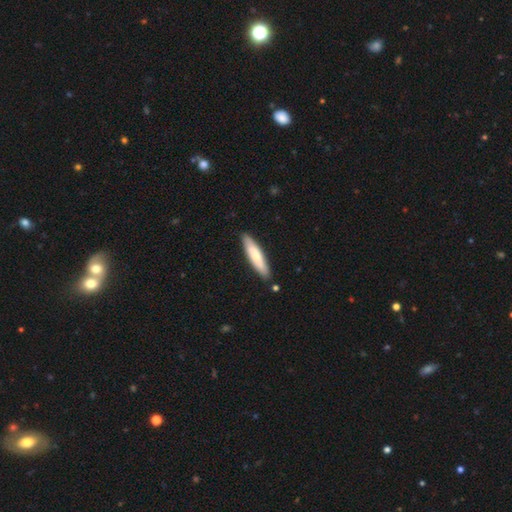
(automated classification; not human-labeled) Smooth or featured: smooth — 70% (featured or disk — 25%)
How rounded: cigar-shaped — 79% (in between — 19%)
Merging: none — 87% (minor disturbance — 9%)